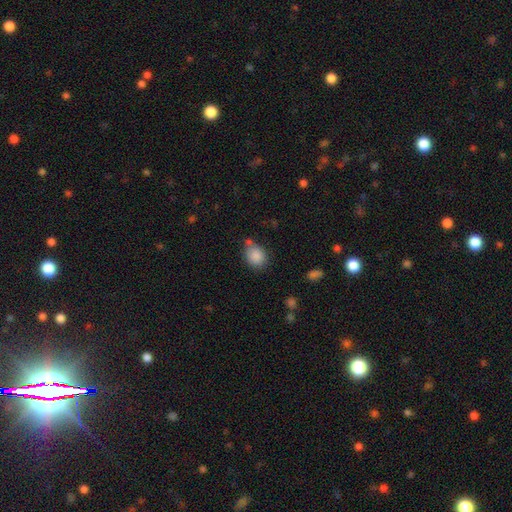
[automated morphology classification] A smooth galaxy with no disk features (87%) that is round (55%).

Vote fractions:
- Smooth or featured? smooth: 87% / star or artifact: 9% / featured or disk: 5%
- How rounded? round: 55% / in between: 44% / cigar-shaped: 1%
- Merging? none: 62% / minor disturbance: 21% / merger: 12% / major disturbance: 6%